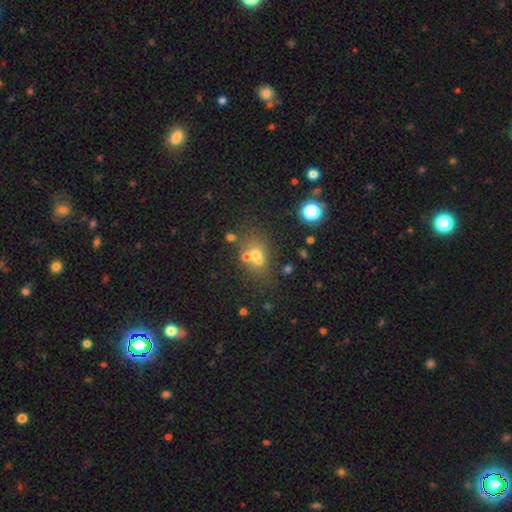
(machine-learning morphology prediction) Overall: smooth (54%; featured or disk 23%). How rounded: round (60%; in between 38%). Merging: merger (43%; none 41%).